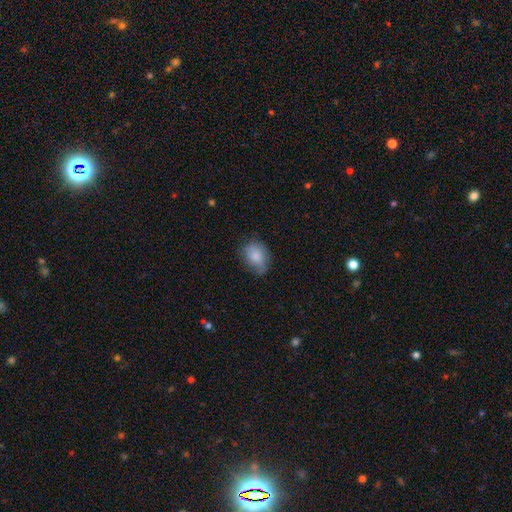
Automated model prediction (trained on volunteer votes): Smooth or featured: smooth — 79% (featured or disk — 13%)
How rounded: in between — 68% (round — 31%)
Merging: none — 55% (minor disturbance — 33%)